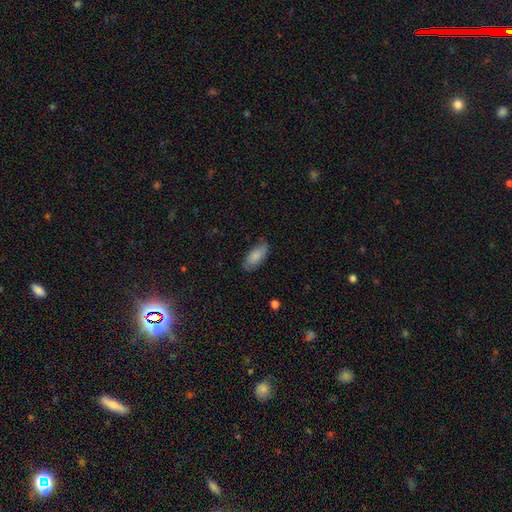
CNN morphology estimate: Q: Smooth or featured?
A: smooth (82%); runner-up: featured or disk (12%)
Q: How rounded?
A: in between (87%); runner-up: cigar-shaped (11%)
Q: Merging?
A: none (73%); runner-up: minor disturbance (22%)